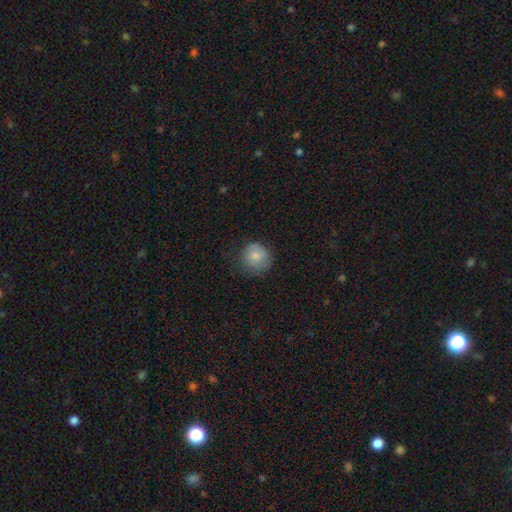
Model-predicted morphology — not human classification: Q: Smooth or featured?
A: smooth (77%); runner-up: featured or disk (15%)
Q: How rounded?
A: round (88%); runner-up: in between (11%)
Q: Merging?
A: none (69%); runner-up: minor disturbance (23%)